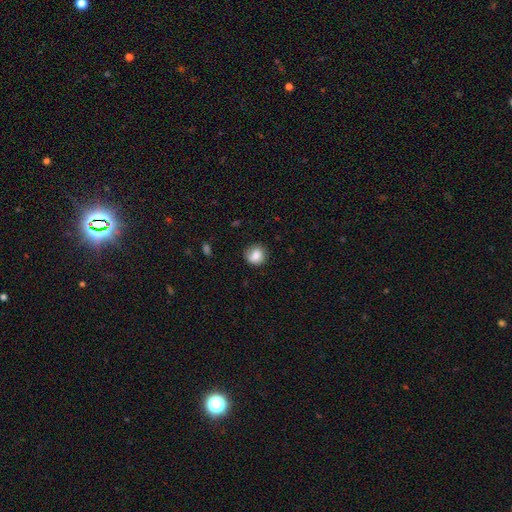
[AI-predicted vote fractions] Smooth or featured? Predicted: smooth (p=0.81). How rounded? Predicted: round (p=0.83). Merging? Predicted: none (p=0.77).